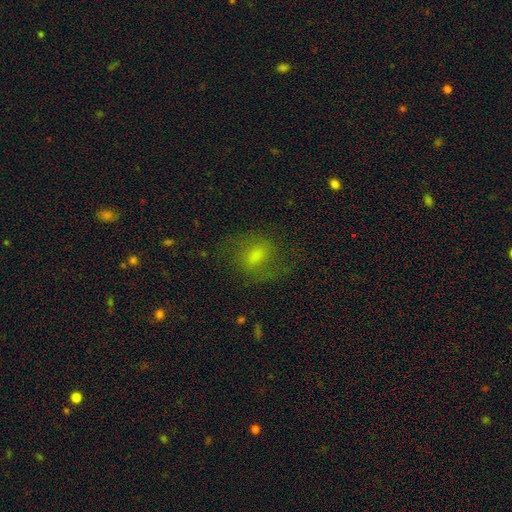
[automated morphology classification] This is marginally a featured or disk galaxy (44%). Merging: likely none (67%).